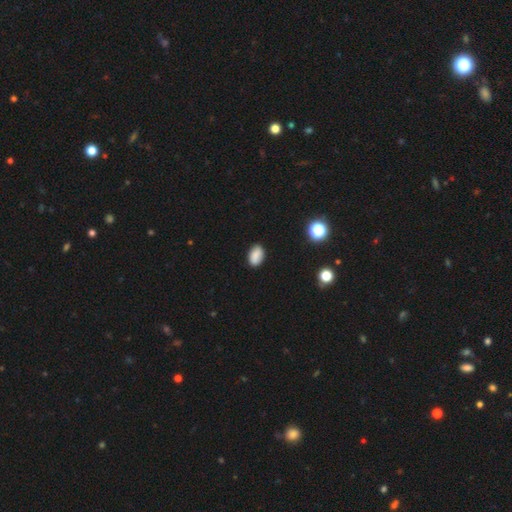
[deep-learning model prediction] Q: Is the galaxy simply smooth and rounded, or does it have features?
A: smooth — 85%.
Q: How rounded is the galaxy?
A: in between — 88%.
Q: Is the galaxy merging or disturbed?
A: none — 86%.